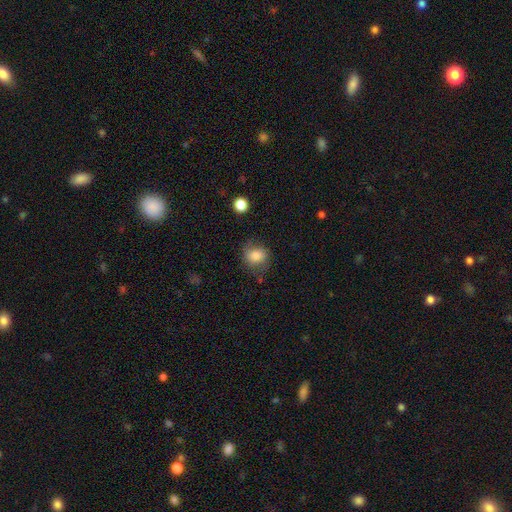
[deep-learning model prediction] Overall: smooth (76%). How rounded: round (71%). Merging: none (64%).